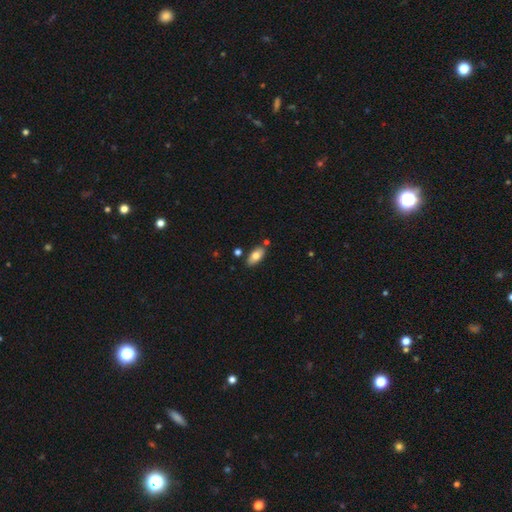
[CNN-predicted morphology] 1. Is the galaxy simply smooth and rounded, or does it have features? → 75% smooth, 18% featured or disk, 7% star or artifact.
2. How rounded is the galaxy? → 90% in between, 8% cigar-shaped, 3% round.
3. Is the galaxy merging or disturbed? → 77% none, 13% minor disturbance, 7% merger, 2% major disturbance.